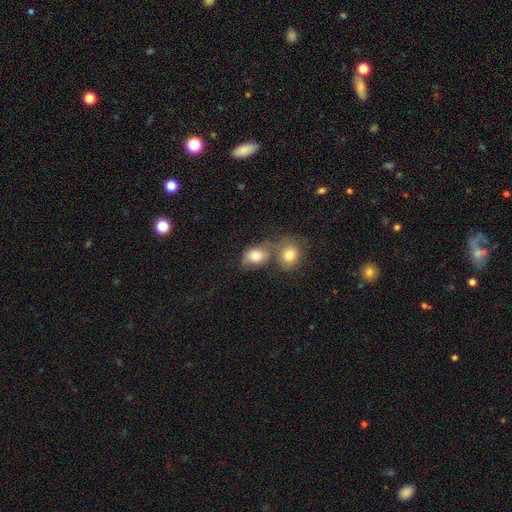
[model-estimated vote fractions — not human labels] The model was most divided on "merging": merger: 43%, none: 38%, minor disturbance: 13%, major disturbance: 6%. More confident: smooth or featured — smooth (80%); how rounded — in between (59%).